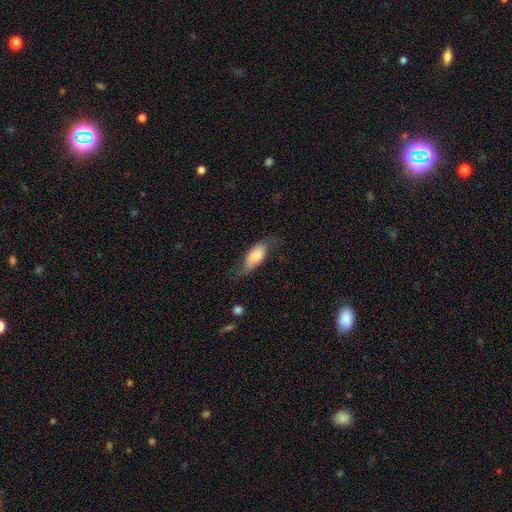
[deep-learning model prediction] Smooth or featured: smooth — 70% (featured or disk — 23%)
How rounded: in between — 80% (cigar-shaped — 17%)
Merging: none — 52% (minor disturbance — 31%)